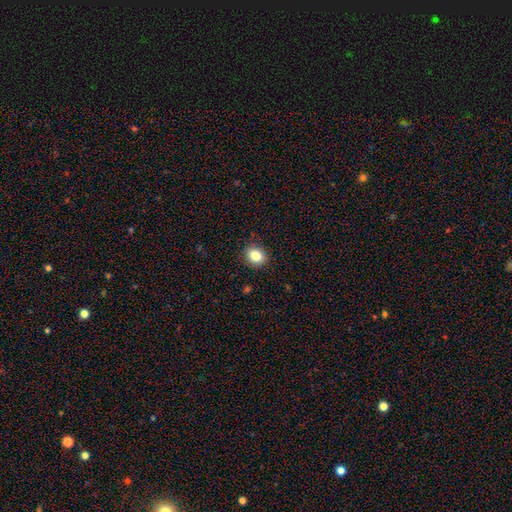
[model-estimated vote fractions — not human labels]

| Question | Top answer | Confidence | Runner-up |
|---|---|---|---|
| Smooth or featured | smooth | 83% | star or artifact (10%) |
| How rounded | round | 55% | in between (44%) |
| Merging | none | 89% | minor disturbance (8%) |